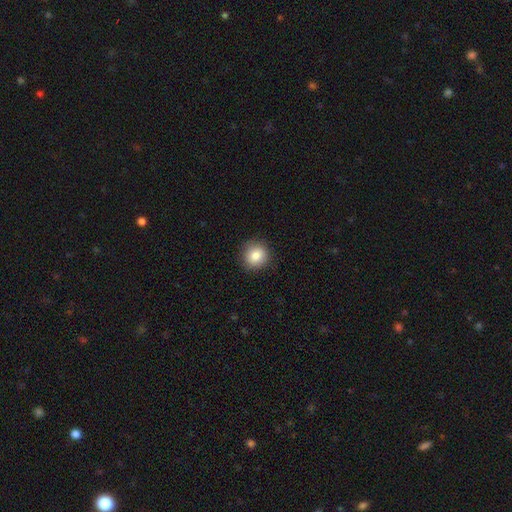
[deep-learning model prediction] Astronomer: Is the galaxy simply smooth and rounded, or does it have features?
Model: smooth — 84%.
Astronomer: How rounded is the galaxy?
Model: round — 91%.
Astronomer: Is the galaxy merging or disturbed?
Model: none — 89%.